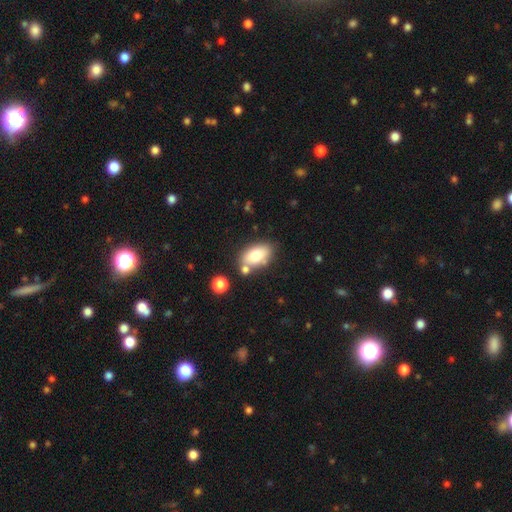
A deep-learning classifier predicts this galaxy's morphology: The model was most divided on "merging": none: 66%, merger: 15%, minor disturbance: 15%, major disturbance: 4%. More confident: how rounded — in between (90%); smooth or featured — smooth (77%).